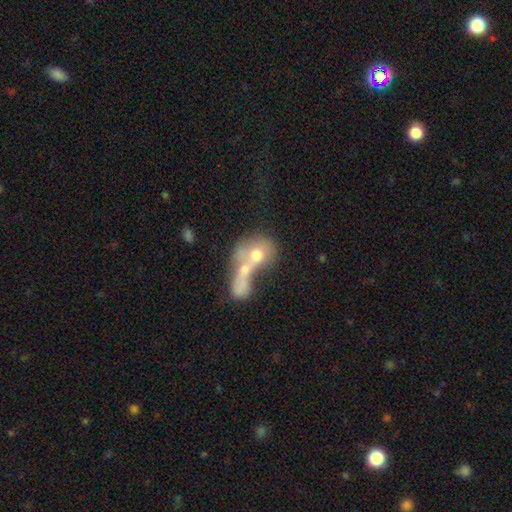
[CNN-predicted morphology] Smooth or featured? Predicted: smooth (p=0.57). How rounded? Predicted: in between (p=0.50). Merging? Predicted: merger (p=0.74).